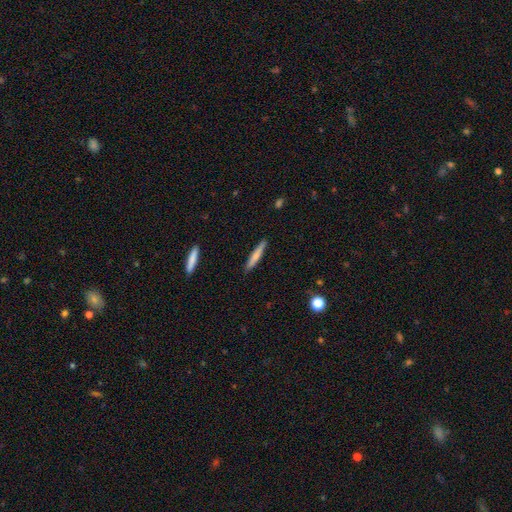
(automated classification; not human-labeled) smooth-or-featured: smooth: 71% | featured or disk: 23% | star or artifact: 6%
  how-rounded: cigar-shaped: 93% | in between: 6% | round: 1%
  merging: none: 90% | minor disturbance: 7% | major disturbance: 1% | merger: 1%